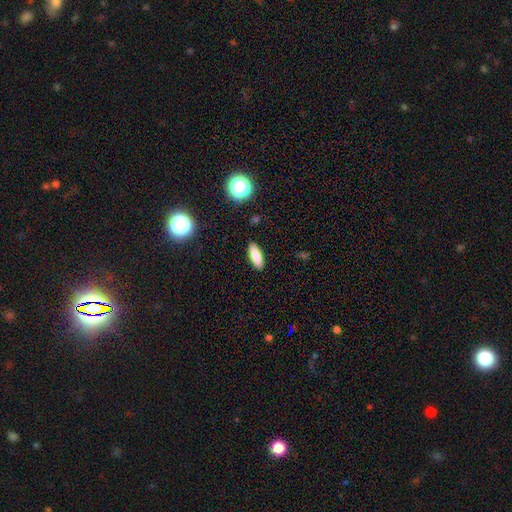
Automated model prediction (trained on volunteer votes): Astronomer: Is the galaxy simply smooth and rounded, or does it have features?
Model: smooth — 82%.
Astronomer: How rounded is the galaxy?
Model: in between — 61% (runner-up: cigar-shaped, 37%).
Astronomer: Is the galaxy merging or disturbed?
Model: none — 89%.